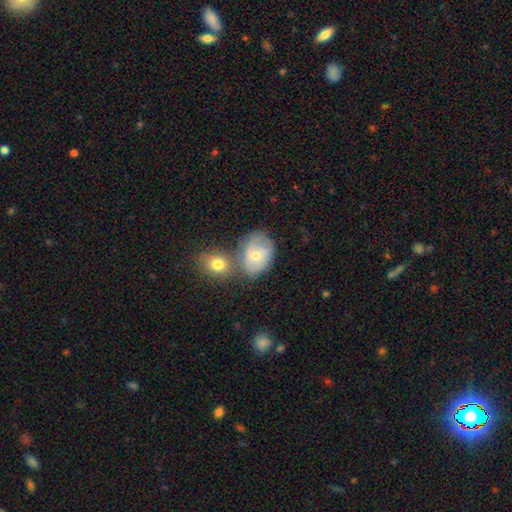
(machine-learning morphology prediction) A smooth galaxy with no disk features (57%) that is in between round and cigar-shaped (64%).

Vote fractions:
- Smooth or featured? smooth: 57% / featured or disk: 35% / star or artifact: 9%
- How rounded? in between: 64% / round: 35% / cigar-shaped: 1%
- Merging? none: 39% / merger: 33% / minor disturbance: 20% / major disturbance: 9%